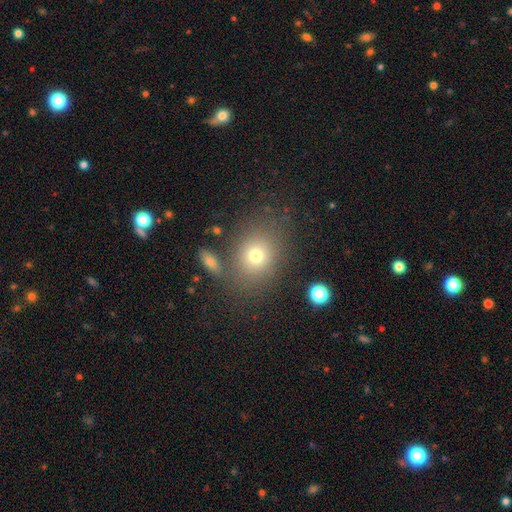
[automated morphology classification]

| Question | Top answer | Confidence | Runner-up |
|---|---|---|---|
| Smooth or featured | smooth | 72% | star or artifact (15%) |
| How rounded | round | 54% | in between (45%) |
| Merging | none | 75% | minor disturbance (12%) |